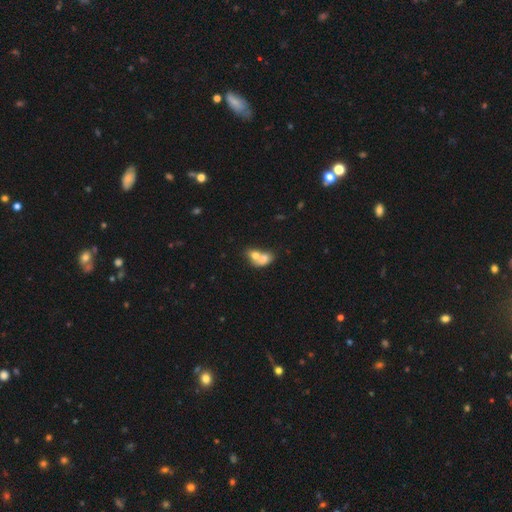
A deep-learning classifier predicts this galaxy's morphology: This appears to be a smooth galaxy with no disk features (69%) that is in between round and cigar-shaped (67%). Merging: merger (75%).